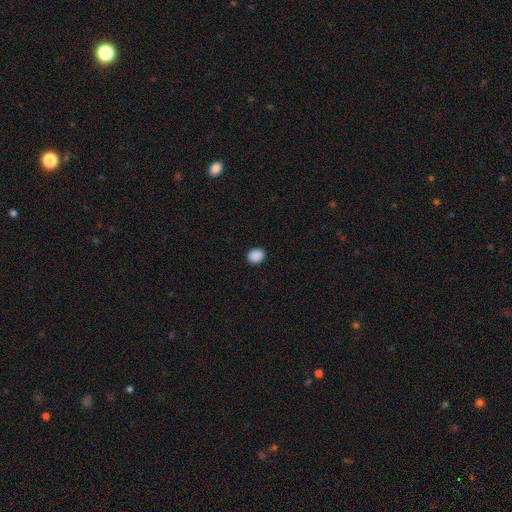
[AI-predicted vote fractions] Smooth or featured: smooth — 89% (star or artifact — 9%)
How rounded: round — 58% (in between — 41%)
Merging: none — 91% (minor disturbance — 6%)